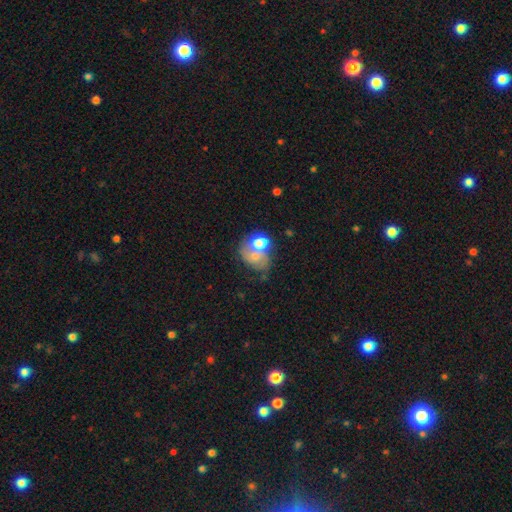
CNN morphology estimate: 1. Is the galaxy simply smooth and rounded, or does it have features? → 47% smooth, 39% featured or disk, 14% star or artifact.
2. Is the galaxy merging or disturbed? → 39% merger, 30% none, 16% minor disturbance, 15% major disturbance.